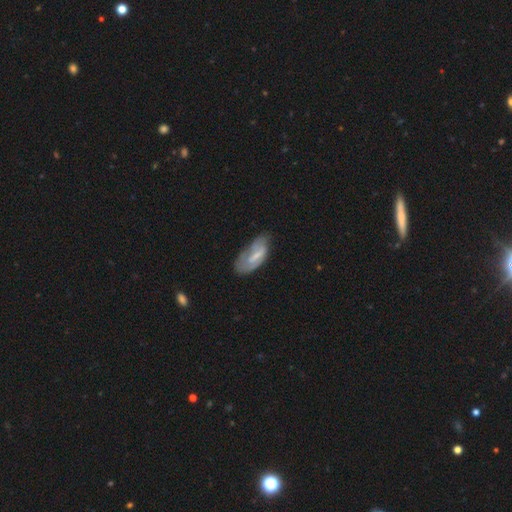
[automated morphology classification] featured or disk 50%, smooth 43%, star or artifact 7%. Down the decision tree: edge-on disk — no (90%); merging — none (51%).